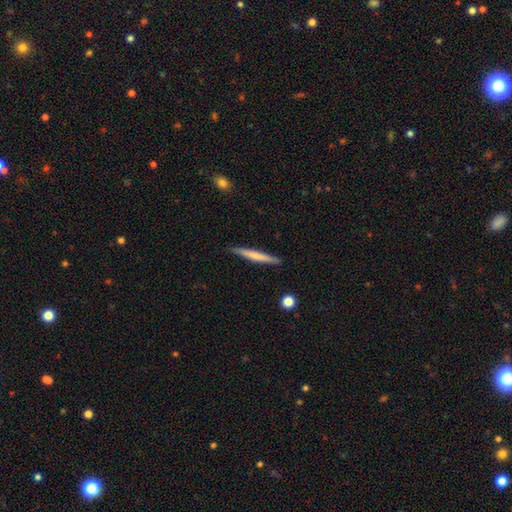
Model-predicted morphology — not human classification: Smooth or featured? smooth (57%)
How rounded? cigar-shaped (96%)
Merging? none (88%)